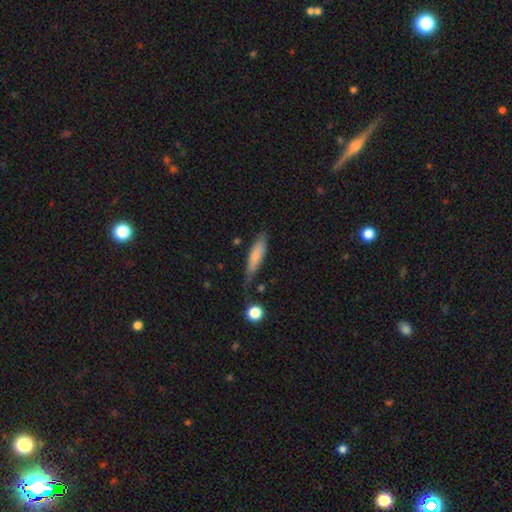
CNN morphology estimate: smooth_or_featured: smooth (p=0.74) [alt: featured or disk p=0.19]
how_rounded: cigar-shaped (p=0.65) [alt: in between p=0.33]
merging: none (p=0.53) [alt: minor disturbance p=0.30]